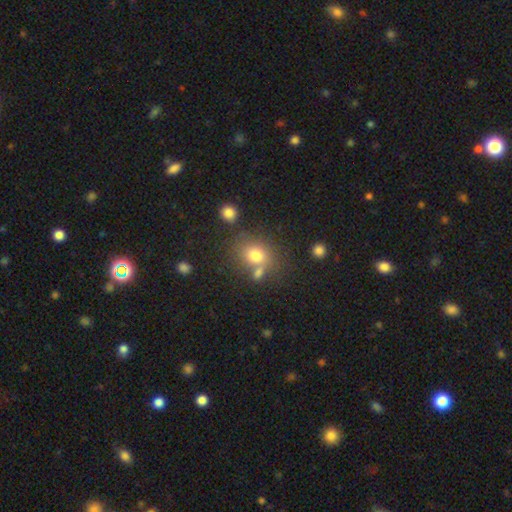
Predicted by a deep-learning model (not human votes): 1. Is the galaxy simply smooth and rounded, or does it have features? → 76% smooth, 13% star or artifact, 11% featured or disk.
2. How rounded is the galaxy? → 59% round, 40% in between, 1% cigar-shaped.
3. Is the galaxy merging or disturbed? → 57% none, 24% merger, 14% minor disturbance, 6% major disturbance.